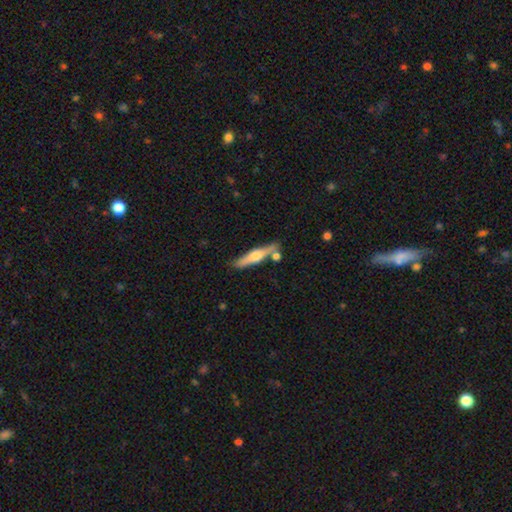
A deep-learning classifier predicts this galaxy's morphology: Smooth or featured: featured or disk — 55% (smooth — 39%)
Edge-on disk: yes — 95% (no — 5%)
Edge-on bulge: rounded — 92% (none — 4%)
Merging: none — 76% (minor disturbance — 11%)